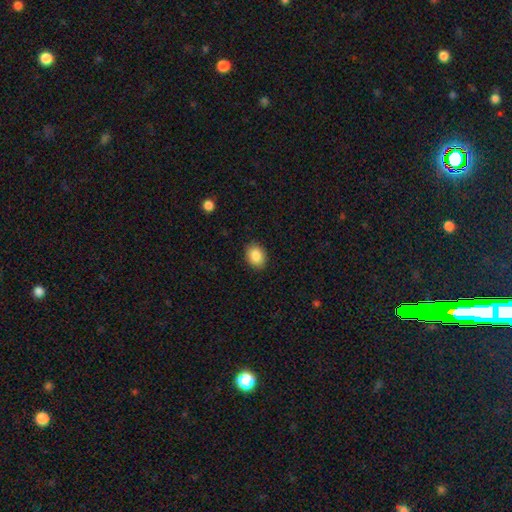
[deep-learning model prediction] This appears to be a smooth galaxy with no disk features (87%) that is in between round and cigar-shaped (62%). Merging: none (89%).